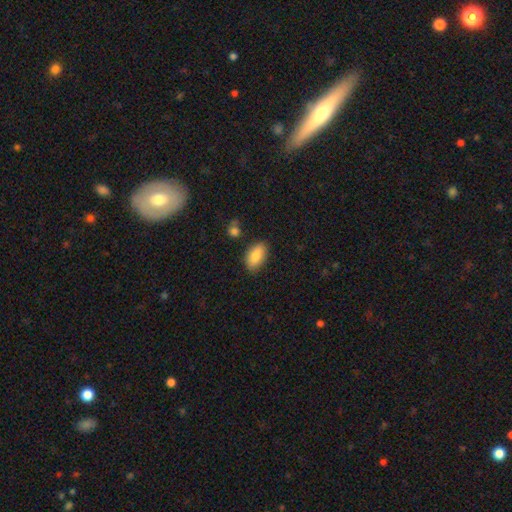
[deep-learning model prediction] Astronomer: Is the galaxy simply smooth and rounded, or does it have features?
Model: smooth — 82%.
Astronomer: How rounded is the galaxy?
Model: in between — 92%.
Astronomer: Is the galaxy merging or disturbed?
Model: none — 83%.